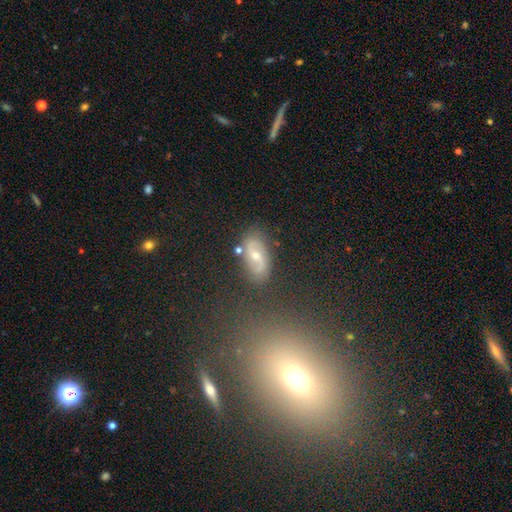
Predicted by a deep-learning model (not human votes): This is likely a featured or disk galaxy (70%). It is clearly not viewed edge-on (95%). Bar: marginally weak (44%). Spiral arm pattern: clearly yes (89%). Spiral arm count: clearly 2 (89%). Spiral winding: marginally medium (41%). Central bulge: possibly moderate (49%). Merging: likely none (78%).